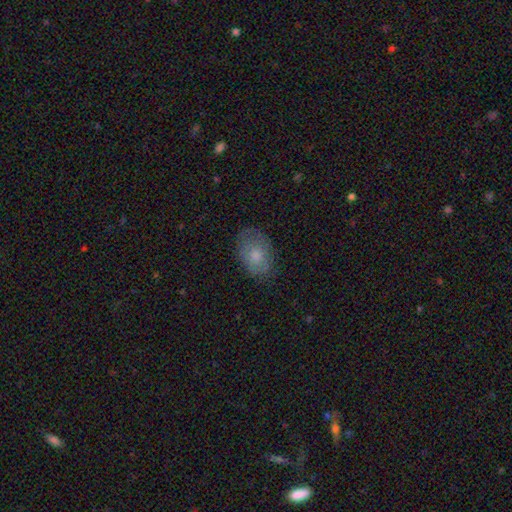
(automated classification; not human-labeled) smooth 70%, featured or disk 23%, star or artifact 8%. Down the decision tree: how rounded — in between (83%); merging — none (72%).